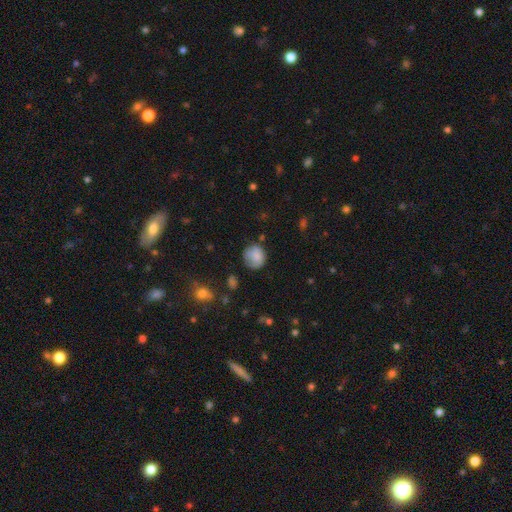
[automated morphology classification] smooth_or_featured: smooth (p=0.79) [alt: featured or disk p=0.13]
how_rounded: round (p=0.79) [alt: in between p=0.20]
merging: none (p=0.61) [alt: minor disturbance p=0.27]